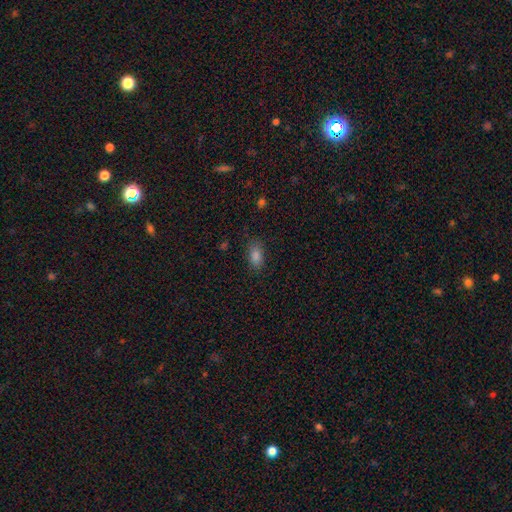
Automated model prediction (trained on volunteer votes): Morphology: type=smooth (82%); roundness=in between (86%); merging=none (83%).